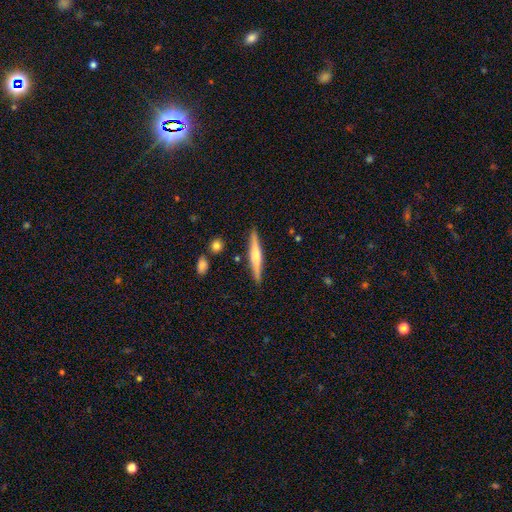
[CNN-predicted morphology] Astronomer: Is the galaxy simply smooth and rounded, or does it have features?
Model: featured or disk — 55% (runner-up: smooth, 39%).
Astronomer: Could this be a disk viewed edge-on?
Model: yes — 97%.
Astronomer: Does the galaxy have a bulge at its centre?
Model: rounded — 61%.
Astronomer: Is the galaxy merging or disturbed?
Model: none — 89%.